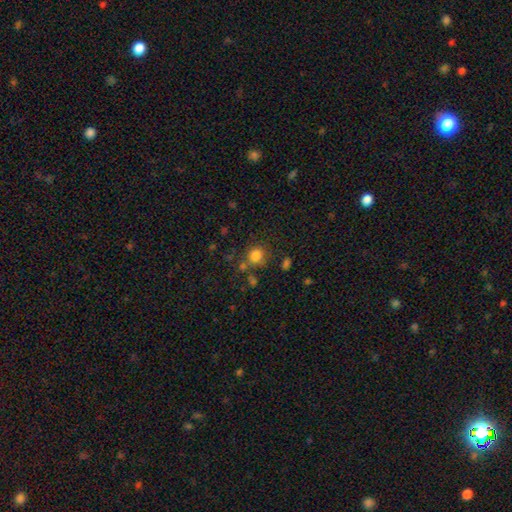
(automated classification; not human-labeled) Q: Smooth or featured?
A: smooth (81%); runner-up: star or artifact (13%)
Q: How rounded?
A: round (84%); runner-up: in between (15%)
Q: Merging?
A: none (67%); runner-up: minor disturbance (14%)